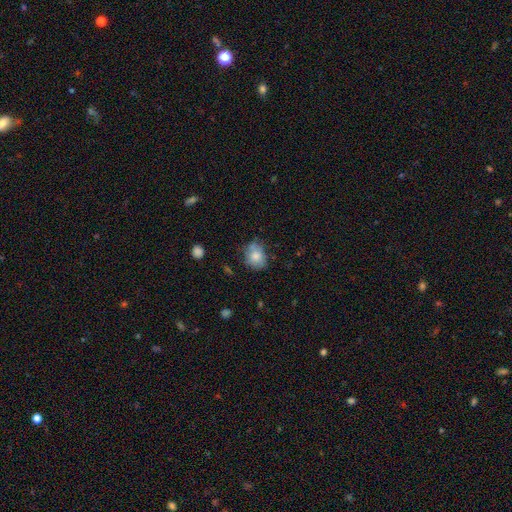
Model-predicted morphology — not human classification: Smooth or featured: smooth — 78% (featured or disk — 13%)
How rounded: round — 53% (in between — 46%)
Merging: none — 61% (minor disturbance — 26%)